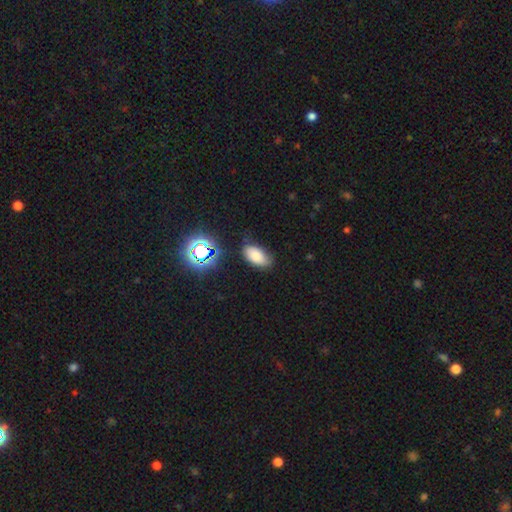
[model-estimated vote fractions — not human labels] A smooth galaxy with no disk features (75%) that is in between round and cigar-shaped (92%).

Vote fractions:
- Smooth or featured? smooth: 75% / star or artifact: 15% / featured or disk: 10%
- How rounded? in between: 92% / round: 5% / cigar-shaped: 3%
- Merging? none: 72% / minor disturbance: 21% / major disturbance: 5% / merger: 2%